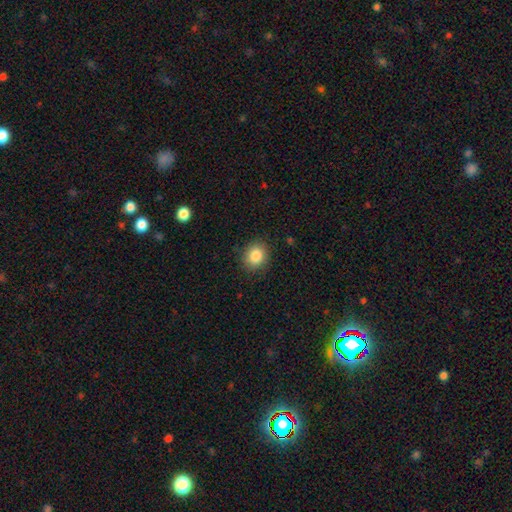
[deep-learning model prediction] smooth_or_featured: smooth (p=0.86) [alt: star or artifact p=0.09]
how_rounded: round (p=0.70) [alt: in between p=0.30]
merging: none (p=0.87) [alt: minor disturbance p=0.09]